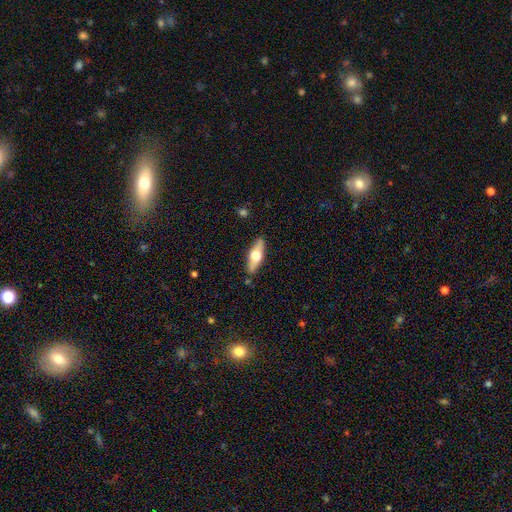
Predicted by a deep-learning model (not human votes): Q: Smooth or featured?
A: featured or disk (51%); runner-up: smooth (43%)
Q: Edge-on disk?
A: yes (88%); runner-up: no (12%)
Q: Merging?
A: none (86%); runner-up: minor disturbance (10%)